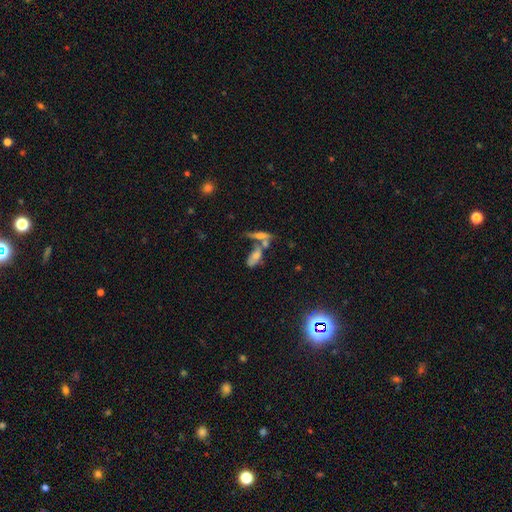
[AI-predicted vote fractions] Q: Smooth or featured?
A: smooth (49%); runner-up: featured or disk (33%)
Q: Merging?
A: merger (47%); runner-up: none (34%)